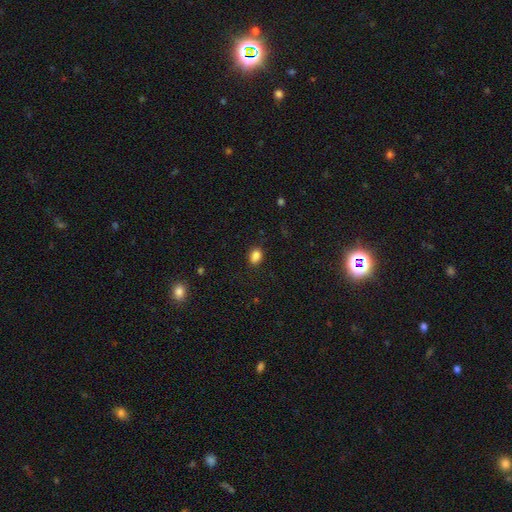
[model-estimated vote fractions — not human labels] smooth_or_featured: smooth (p=0.84) [alt: star or artifact p=0.11]
how_rounded: in between (p=0.67) [alt: round p=0.32]
merging: none (p=0.76) [alt: minor disturbance p=0.16]